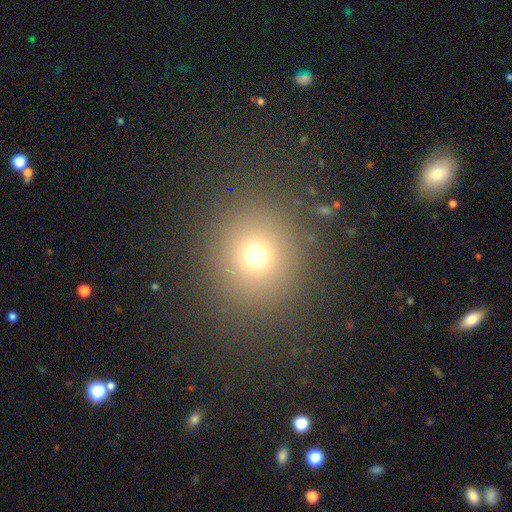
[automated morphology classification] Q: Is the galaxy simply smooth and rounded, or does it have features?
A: smooth — 70%.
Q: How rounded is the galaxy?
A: round — 87%.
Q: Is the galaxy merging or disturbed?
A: none — 86%.